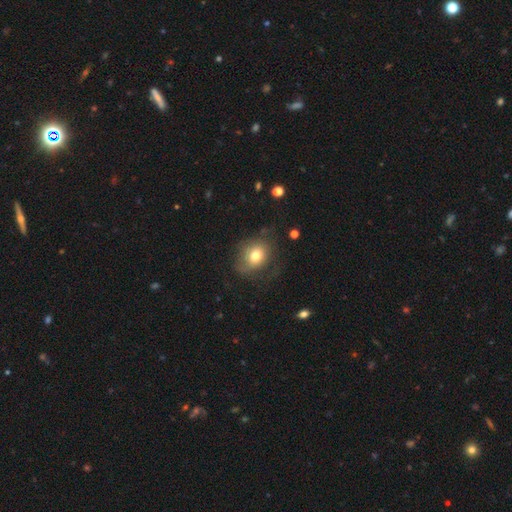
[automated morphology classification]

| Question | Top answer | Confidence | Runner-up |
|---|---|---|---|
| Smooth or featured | smooth | 73% | featured or disk (17%) |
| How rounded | round | 52% | in between (47%) |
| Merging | none | 59% | minor disturbance (24%) |